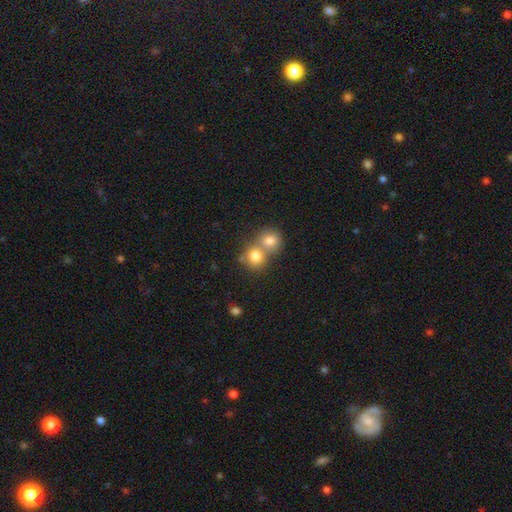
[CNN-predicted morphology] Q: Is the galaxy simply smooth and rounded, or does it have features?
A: smooth — 79%.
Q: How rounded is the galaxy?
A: round — 84%.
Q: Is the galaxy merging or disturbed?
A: merger — 55%.